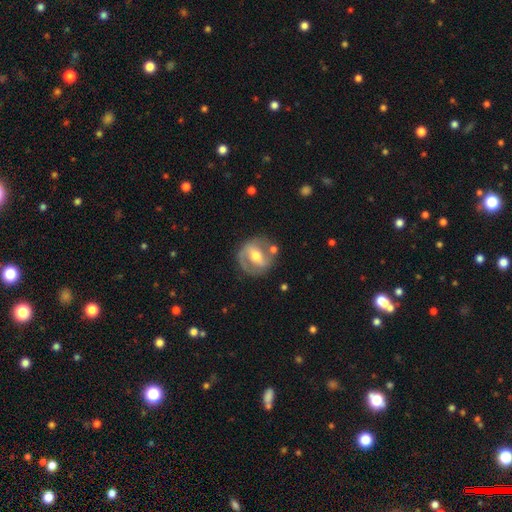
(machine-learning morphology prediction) Smooth or featured? featured or disk (71%)
Edge-on disk? no (95%)
Bar? strong (46%)
Spiral arms? yes (69%)
Bulge size? moderate (71%)
Merging? none (74%)